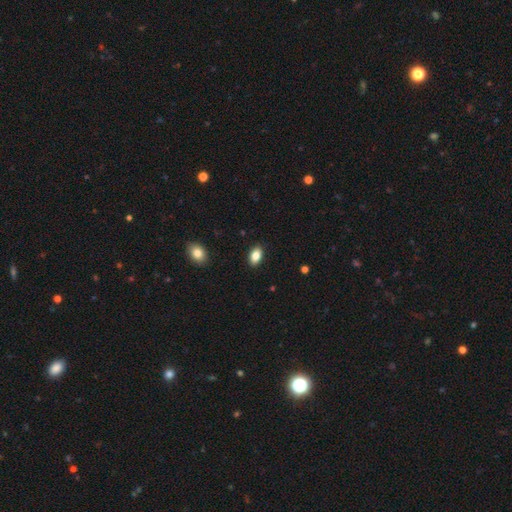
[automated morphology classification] A smooth galaxy with no disk features (84%) that is in between round and cigar-shaped (91%).

Vote fractions:
- Smooth or featured? smooth: 84% / featured or disk: 8% / star or artifact: 8%
- How rounded? in between: 91% / round: 7% / cigar-shaped: 2%
- Merging? none: 89% / minor disturbance: 8% / major disturbance: 2% / merger: 1%